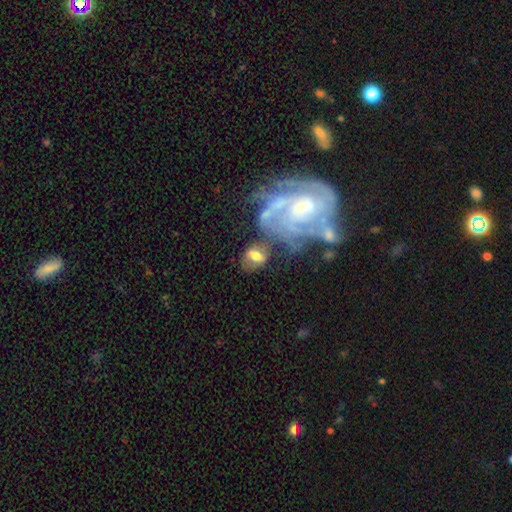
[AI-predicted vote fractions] This is possibly a smooth galaxy (50%). Merging: possibly none (47%).